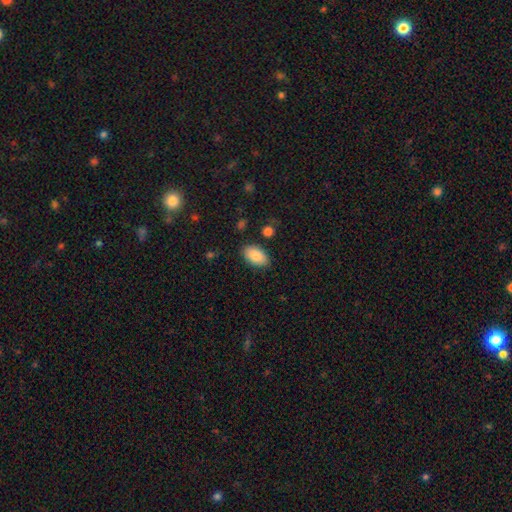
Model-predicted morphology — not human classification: A smooth galaxy with no disk features (87%) that is in between round and cigar-shaped (94%).

Vote fractions:
- Smooth or featured? smooth: 87% / star or artifact: 6% / featured or disk: 6%
- How rounded? in between: 94% / round: 5% / cigar-shaped: 2%
- Merging? none: 84% / minor disturbance: 12% / major disturbance: 3% / merger: 2%